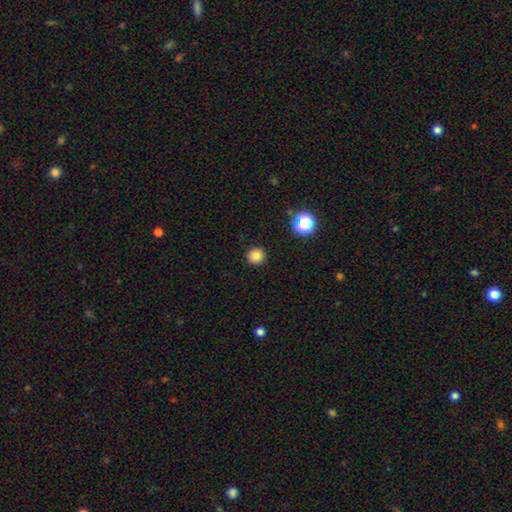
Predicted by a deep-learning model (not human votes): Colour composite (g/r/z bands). It shows a smooth galaxy with no disk features (82%) that is round (96%). Merging: none (92%).